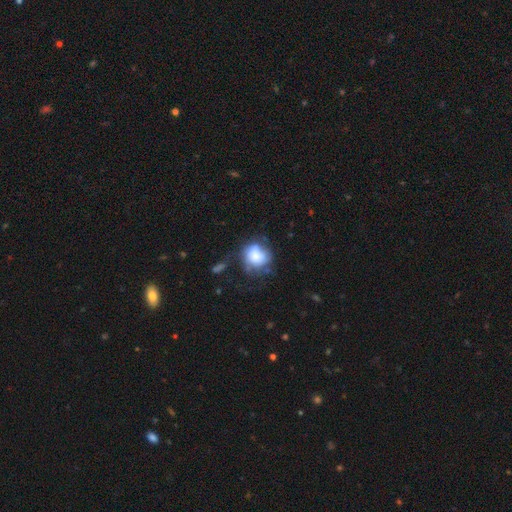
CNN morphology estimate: Overall: smooth (68%). How rounded: round (77%). Merging: none (44%; minor disturbance 28%).